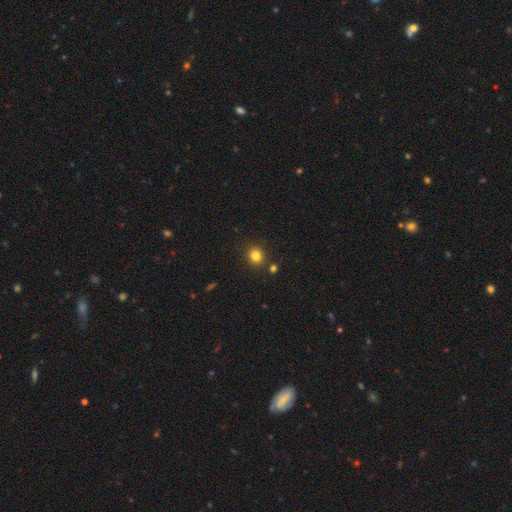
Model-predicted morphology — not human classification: This is clearly a smooth galaxy (82%). How rounded: likely round (76%). Merging: clearly none (84%).